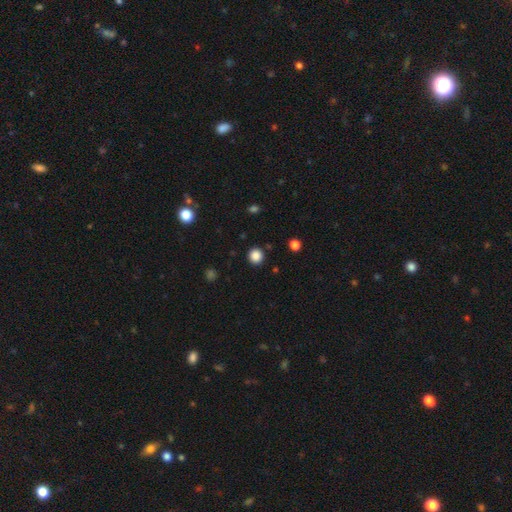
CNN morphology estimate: smooth-or-featured: smooth: 86% | star or artifact: 11% | featured or disk: 3%
  how-rounded: round: 94% | in between: 5% | cigar-shaped: 1%
  merging: none: 91% | minor disturbance: 5% | major disturbance: 2% | merger: 2%